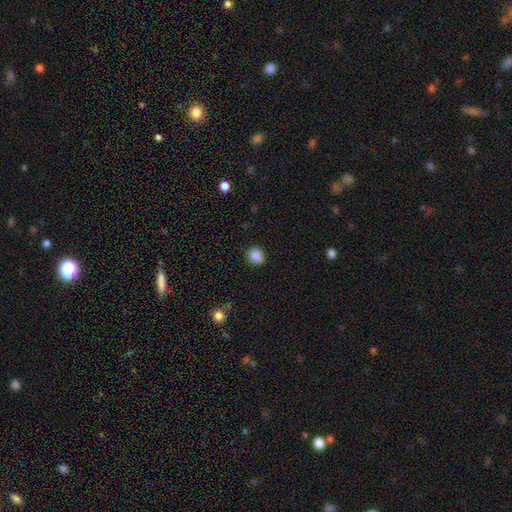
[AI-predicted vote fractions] A smooth galaxy with no disk features (86%) that is round (81%).

Vote fractions:
- Smooth or featured? smooth: 86% / star or artifact: 10% / featured or disk: 4%
- How rounded? round: 81% / in between: 18% / cigar-shaped: 1%
- Merging? none: 85% / minor disturbance: 12% / major disturbance: 2% / merger: 1%